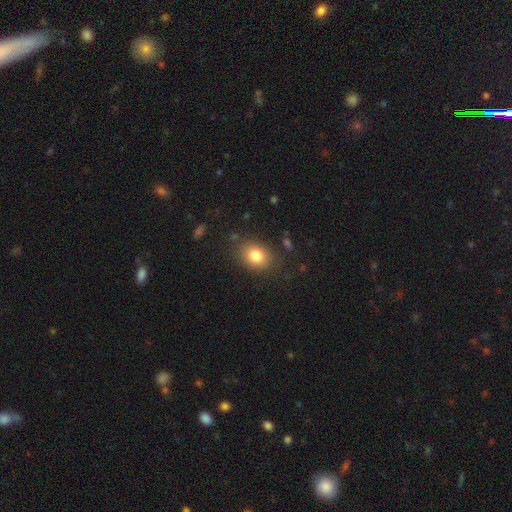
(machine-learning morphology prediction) Overall: smooth (82%). How rounded: in between (56%; round 43%). Merging: none (82%).